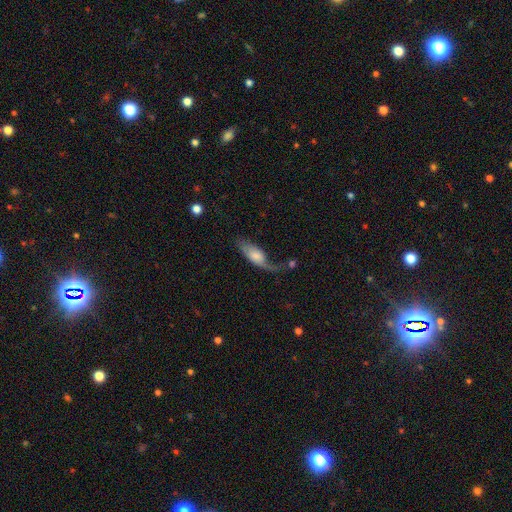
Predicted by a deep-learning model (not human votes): smooth_or_featured: smooth (p=0.56) [alt: featured or disk p=0.38]
how_rounded: in between (p=0.76) [alt: cigar-shaped p=0.20]
merging: major disturbance (p=0.38) [alt: none p=0.28]